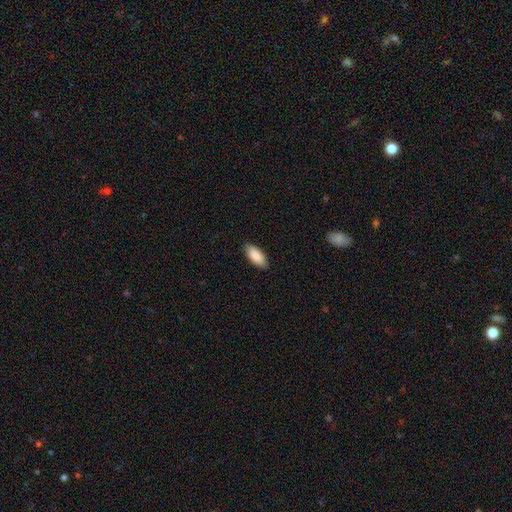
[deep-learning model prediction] Morphology: type=smooth (90%); roundness=in between (88%); merging=none (88%).